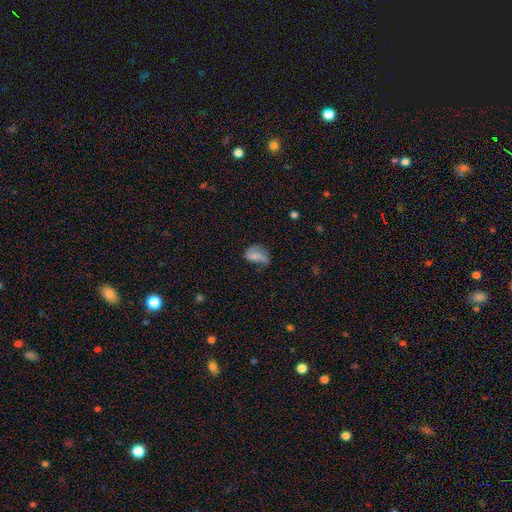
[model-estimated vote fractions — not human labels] Overall: smooth (52%; featured or disk 38%). How rounded: in between (80%). Merging: none (36%; minor disturbance 32%).